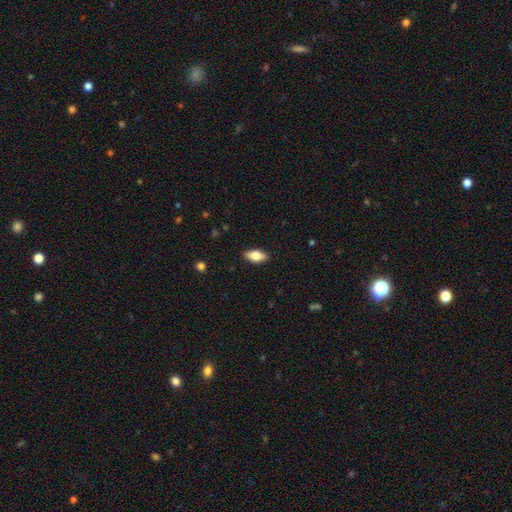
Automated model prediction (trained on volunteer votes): The model was most divided on "smooth or featured": smooth: 74%, featured or disk: 19%, star or artifact: 7%. More confident: merging — none (89%); how rounded — in between (85%).